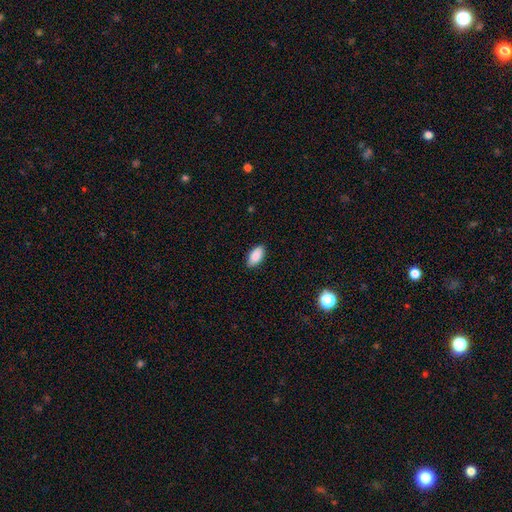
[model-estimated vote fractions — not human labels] Smooth or featured? smooth (87%)
How rounded? in between (93%)
Merging? none (88%)